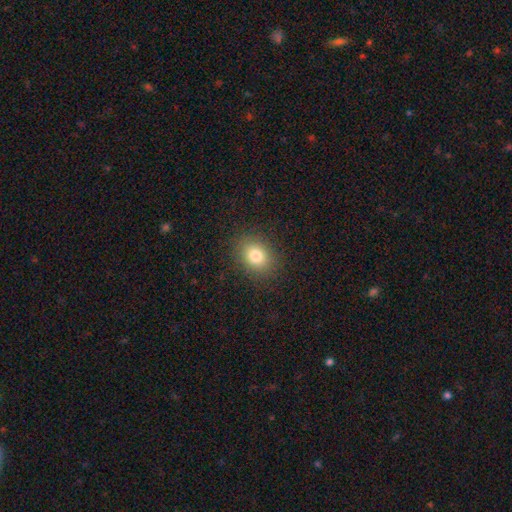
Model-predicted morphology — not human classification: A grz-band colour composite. It shows a smooth galaxy with no disk features (81%) that is in between round and cigar-shaped (54%). Merging: none (87%).